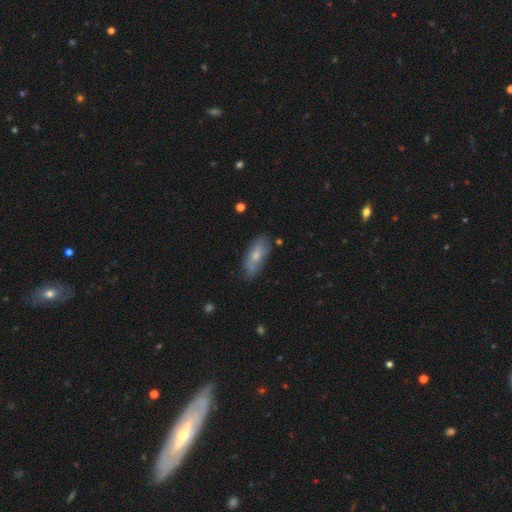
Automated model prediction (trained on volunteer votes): Overall: smooth (69%). How rounded: in between (78%). Merging: none (73%).